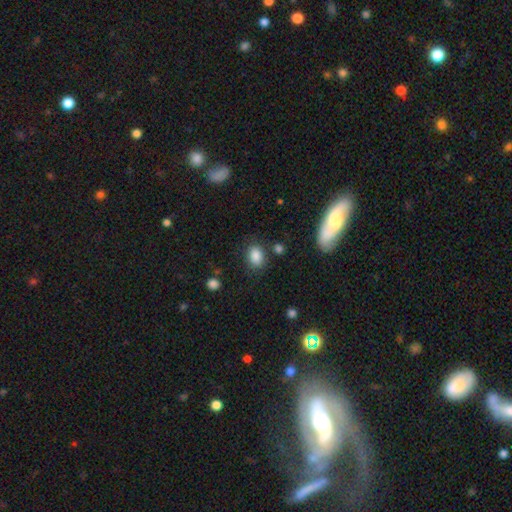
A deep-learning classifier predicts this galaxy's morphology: Smooth or featured?
  - smooth: 86% *
  - star or artifact: 9%
  - featured or disk: 5%
How rounded?
  - in between: 75% *
  - round: 24%
  - cigar-shaped: 1%
Merging?
  - none: 79% *
  - minor disturbance: 13%
  - major disturbance: 4%
  - merger: 4%